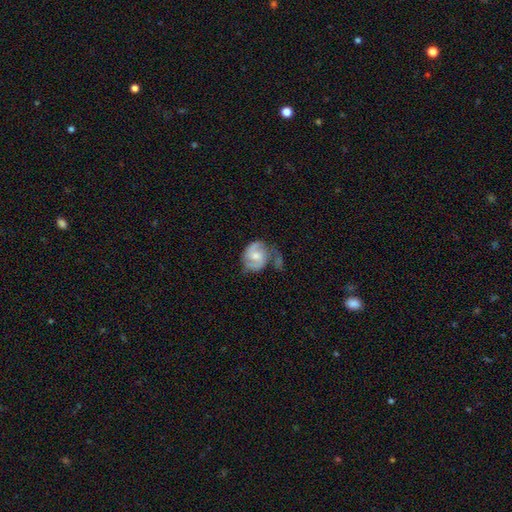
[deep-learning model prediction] Overall: featured or disk (70%). Edge-on disk: no (98%). Bar: no (46%; weak 44%). Spiral arms: yes (91%). Spiral arm count: 2 (81%). Spiral winding: medium (50%; tight 28%). Bulge size: moderate (54%; small 28%). Merging: none (45%; minor disturbance 26%).